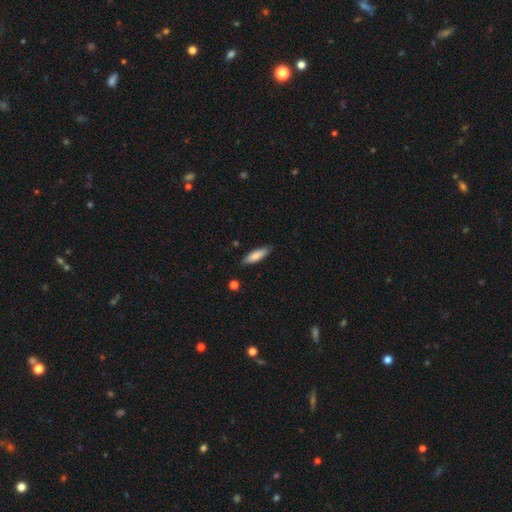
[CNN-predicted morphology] Smooth or featured? Predicted: smooth (p=0.79). How rounded? Predicted: cigar-shaped (p=0.54). Merging? Predicted: none (p=0.85).